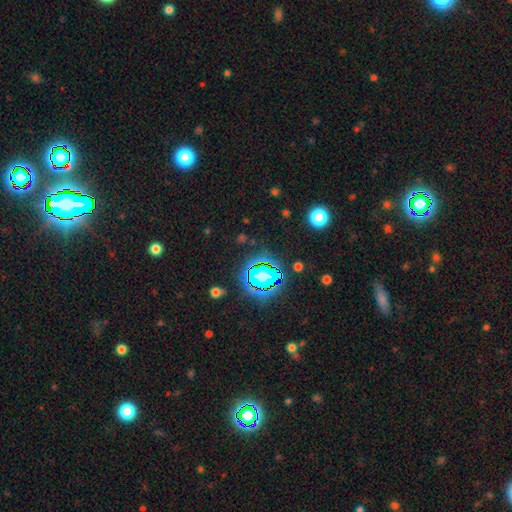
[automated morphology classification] smooth-or-featured: star or artifact: 81% | smooth: 11% | featured or disk: 8%